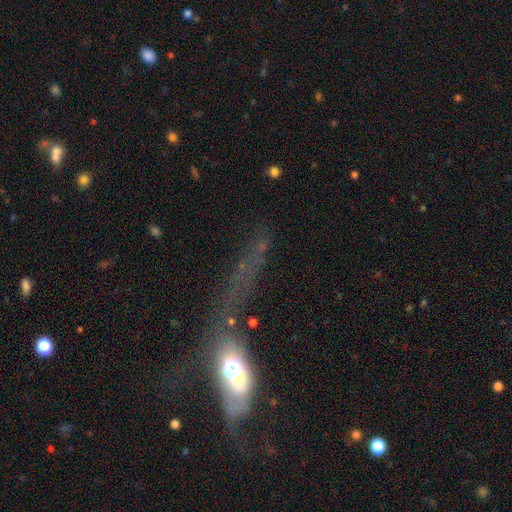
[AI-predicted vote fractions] smooth-or-featured: smooth: 40% | featured or disk: 33% | star or artifact: 26%
  merging: major disturbance: 39% | none: 31% | minor disturbance: 15% | merger: 15%